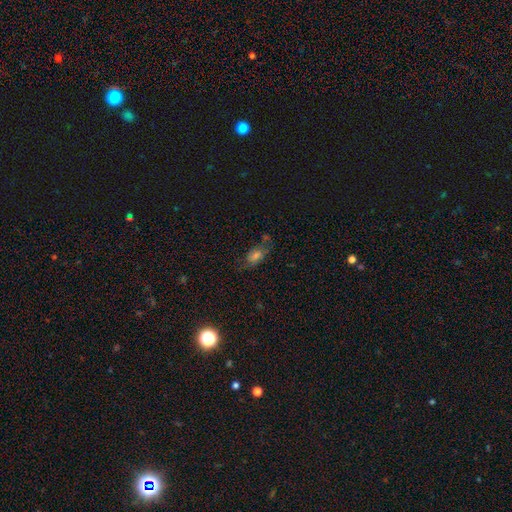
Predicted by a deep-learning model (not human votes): smooth 48%, featured or disk 28%, star or artifact 25%. Down the decision tree: merging — none (60%).